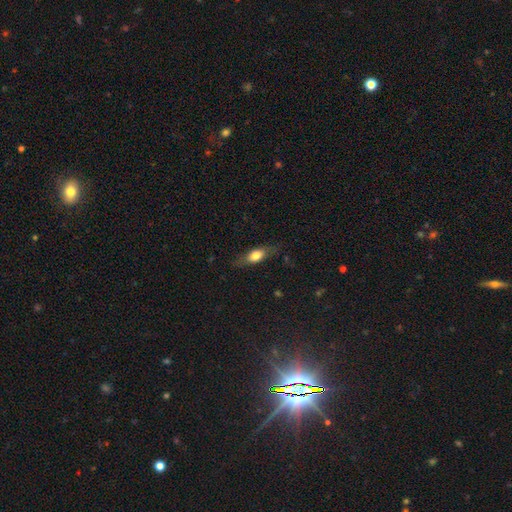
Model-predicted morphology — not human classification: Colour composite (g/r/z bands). It shows a smooth galaxy with no disk features (66%) that is in between round and cigar-shaped (65%). Merging: none (74%).